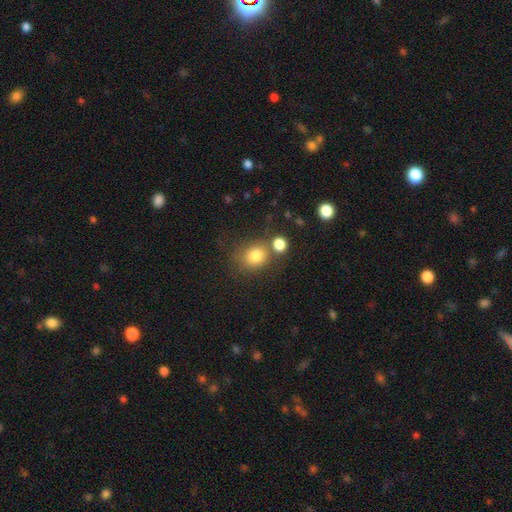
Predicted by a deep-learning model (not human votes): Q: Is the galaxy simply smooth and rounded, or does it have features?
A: smooth — 80%.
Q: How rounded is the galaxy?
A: round — 73%.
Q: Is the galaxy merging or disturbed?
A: none — 62%.